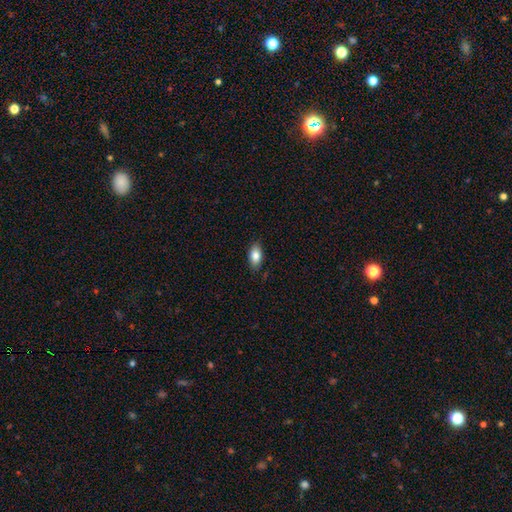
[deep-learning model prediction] Q: Smooth or featured?
A: smooth (83%); runner-up: featured or disk (10%)
Q: How rounded?
A: in between (90%); runner-up: round (5%)
Q: Merging?
A: none (85%); runner-up: minor disturbance (12%)